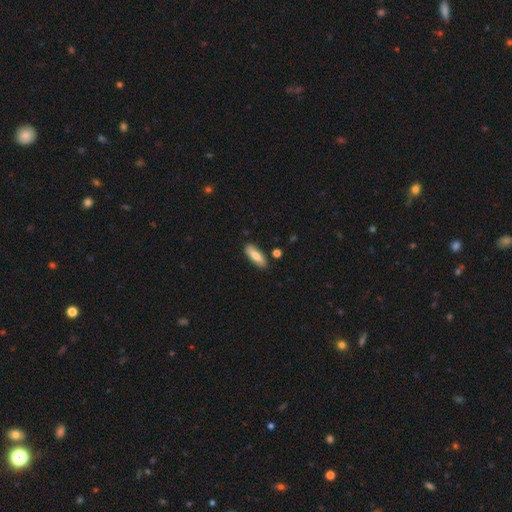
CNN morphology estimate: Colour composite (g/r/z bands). It shows a smooth galaxy with no disk features (72%) that is in between round and cigar-shaped (52%). Merging: none (85%).